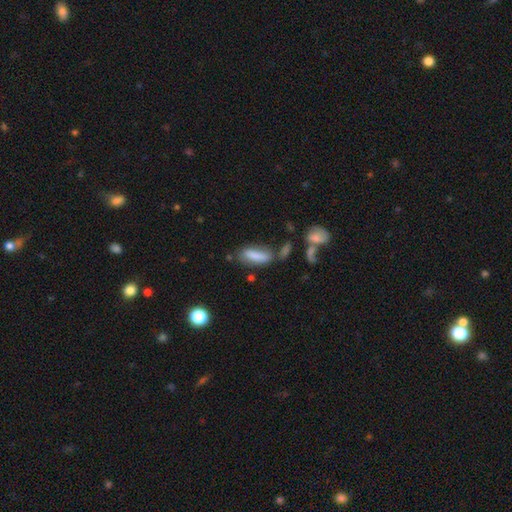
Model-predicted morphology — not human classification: smooth-or-featured: smooth: 81% | featured or disk: 11% | star or artifact: 8%
  how-rounded: in between: 56% | cigar-shaped: 41% | round: 2%
  merging: none: 58% | minor disturbance: 22% | merger: 12% | major disturbance: 8%